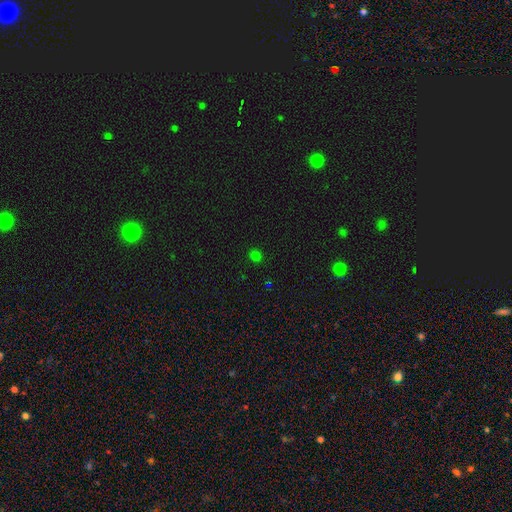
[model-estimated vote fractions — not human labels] Overall: smooth (75%). How rounded: round (74%). Merging: none (89%).